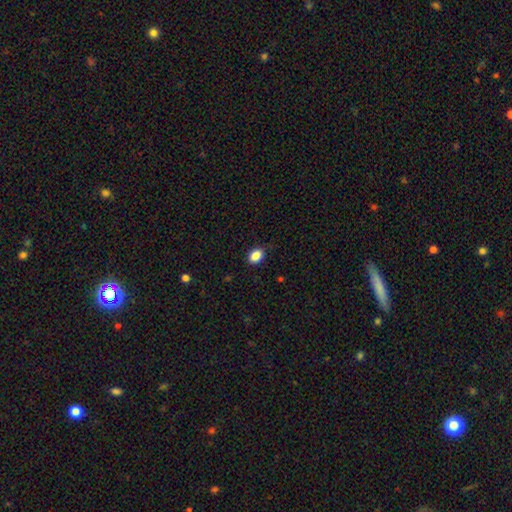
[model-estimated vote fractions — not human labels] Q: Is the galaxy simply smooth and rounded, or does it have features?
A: smooth — 88%.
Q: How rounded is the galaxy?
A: in between — 73%.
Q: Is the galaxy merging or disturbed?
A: none — 86%.